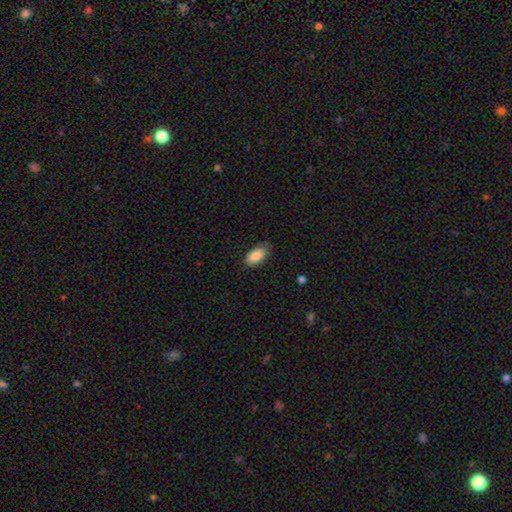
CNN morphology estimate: Overall: smooth (86%). How rounded: in between (92%). Merging: none (76%).